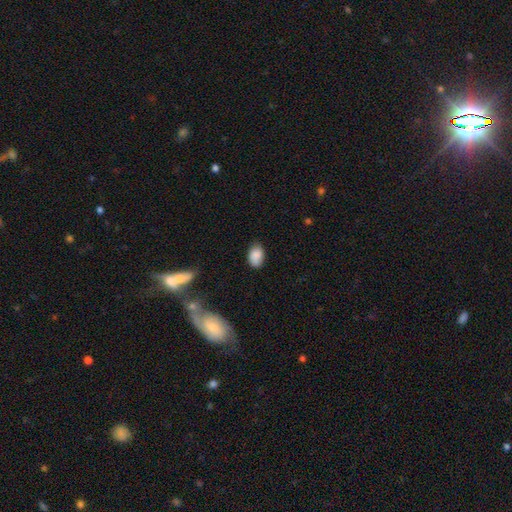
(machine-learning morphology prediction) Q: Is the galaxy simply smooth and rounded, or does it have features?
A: smooth — 87%.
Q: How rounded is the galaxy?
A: in between — 88%.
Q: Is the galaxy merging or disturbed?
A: none — 72%.